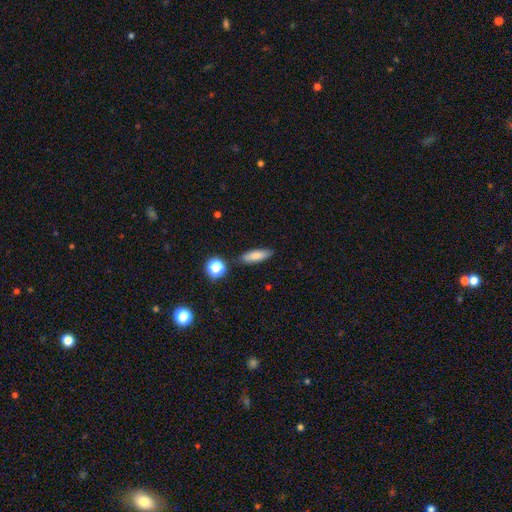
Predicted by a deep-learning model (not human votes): Smooth or featured? Predicted: smooth (p=0.80). How rounded? Predicted: in between (p=0.49). Merging? Predicted: none (p=0.83).